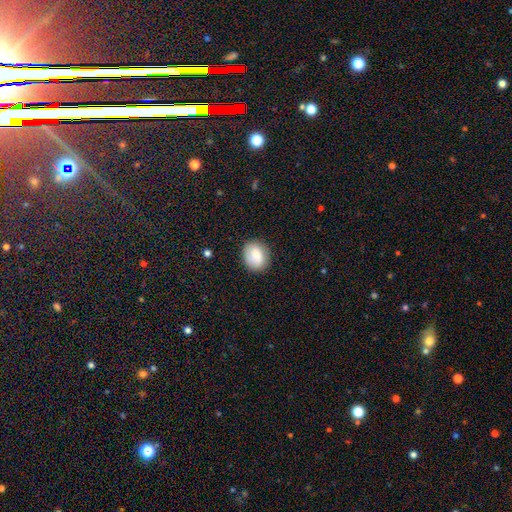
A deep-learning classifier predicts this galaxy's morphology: smooth 75%, featured or disk 17%, star or artifact 8%. Down the decision tree: how rounded — round (54%); merging — none (81%).